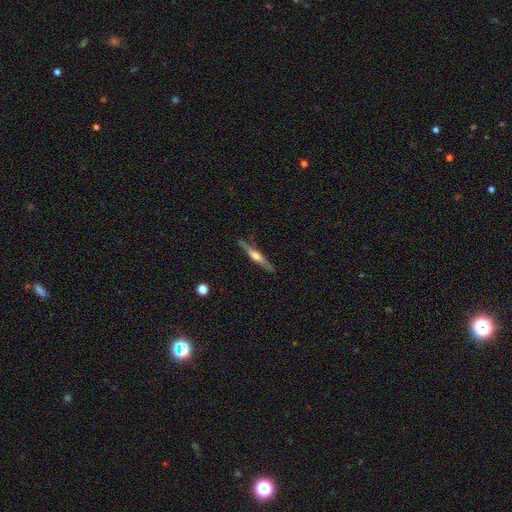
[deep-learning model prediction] This is likely a featured or disk galaxy (65%). It is clearly viewed edge-on (95%). Edge-on bulge: likely rounded (76%). Merging: clearly none (86%).